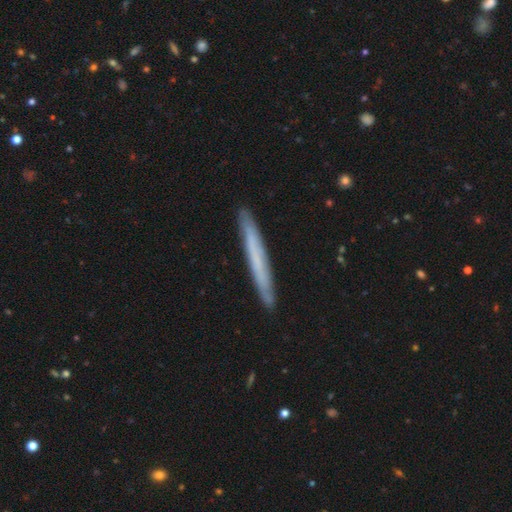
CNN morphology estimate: This is possibly a smooth galaxy (51%). How rounded: clearly cigar-shaped (97%). Merging: clearly none (89%).